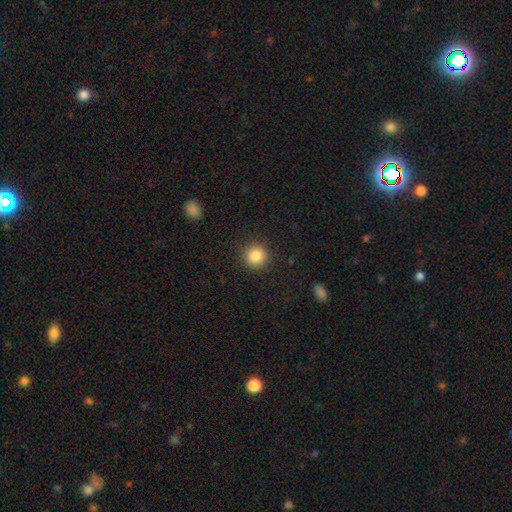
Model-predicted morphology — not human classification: smooth 86%, star or artifact 10%, featured or disk 4%. Down the decision tree: how rounded — round (93%); merging — none (90%).